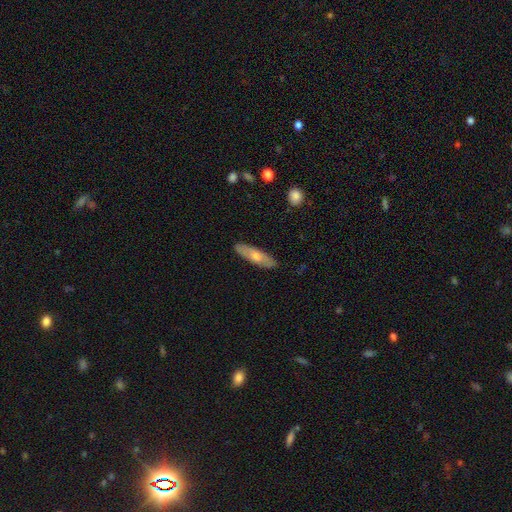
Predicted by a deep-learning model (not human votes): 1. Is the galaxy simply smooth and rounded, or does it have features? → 54% smooth, 40% featured or disk, 6% star or artifact.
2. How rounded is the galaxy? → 63% cigar-shaped, 35% in between, 2% round.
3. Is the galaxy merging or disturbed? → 87% none, 10% minor disturbance, 2% major disturbance, 1% merger.